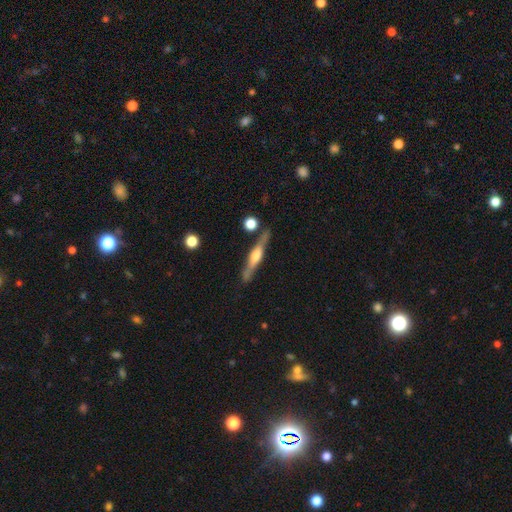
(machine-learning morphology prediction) A featured or disk galaxy (73%) viewed edge-on (96%) with a rounded central bulge (79%).

Vote fractions:
- Smooth or featured? featured or disk: 73% / smooth: 21% / star or artifact: 6%
- Edge-on disk? yes: 96% / no: 4%
- Edge-on bulge? rounded: 79% / boxy: 17% / none: 5%
- Merging? none: 81% / minor disturbance: 11% / merger: 6% / major disturbance: 3%